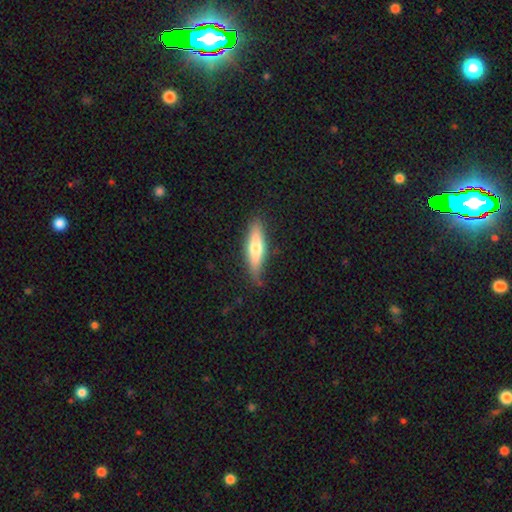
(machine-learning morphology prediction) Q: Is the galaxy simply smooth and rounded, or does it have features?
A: smooth — 53%.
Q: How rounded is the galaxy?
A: cigar-shaped — 76%.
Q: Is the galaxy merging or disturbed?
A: none — 81%.